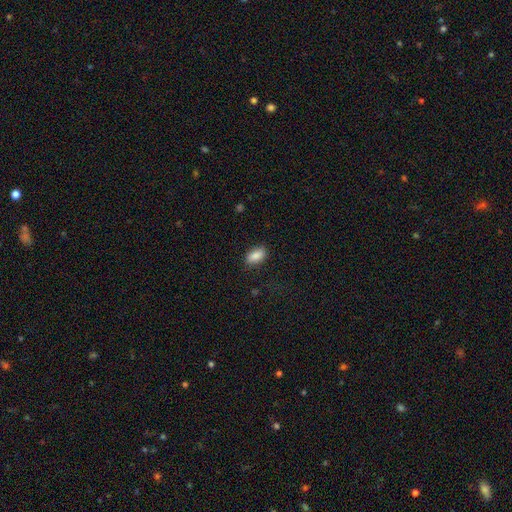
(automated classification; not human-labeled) A smooth galaxy with no disk features (87%) that is in between round and cigar-shaped (91%). Merging: none (85%).